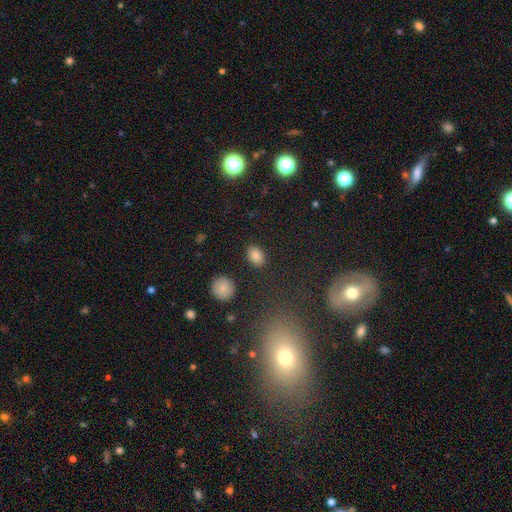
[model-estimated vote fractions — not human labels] Overall: smooth (85%). How rounded: in between (81%). Merging: none (88%).